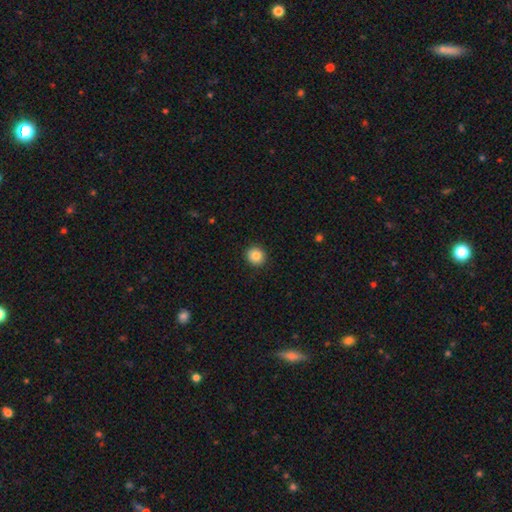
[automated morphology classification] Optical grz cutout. It shows a smooth galaxy with no disk features (85%) that is round (91%). Merging: none (91%).